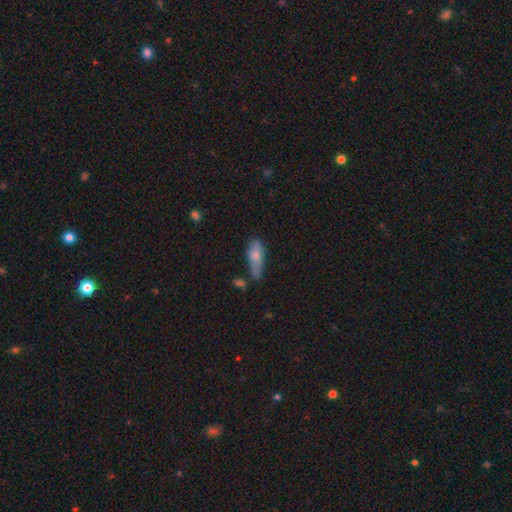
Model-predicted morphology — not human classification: Smooth or featured: smooth — 74% (featured or disk — 19%)
How rounded: in between — 62% (cigar-shaped — 35%)
Merging: none — 46% (minor disturbance — 32%)